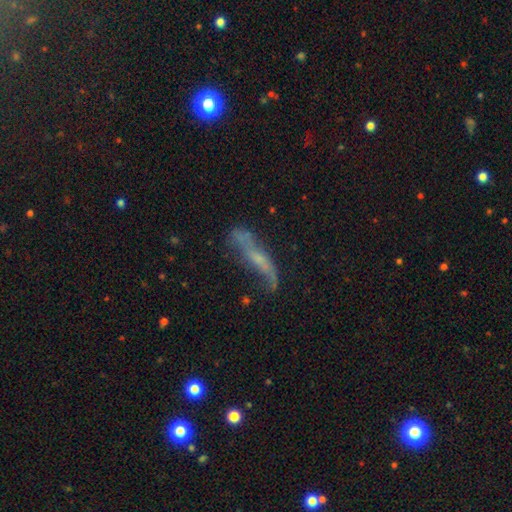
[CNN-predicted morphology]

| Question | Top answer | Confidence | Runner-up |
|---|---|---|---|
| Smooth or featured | featured or disk | 62% | smooth (29%) |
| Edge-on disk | no | 55% | yes (45%) |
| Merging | none | 45% | minor disturbance (26%) |